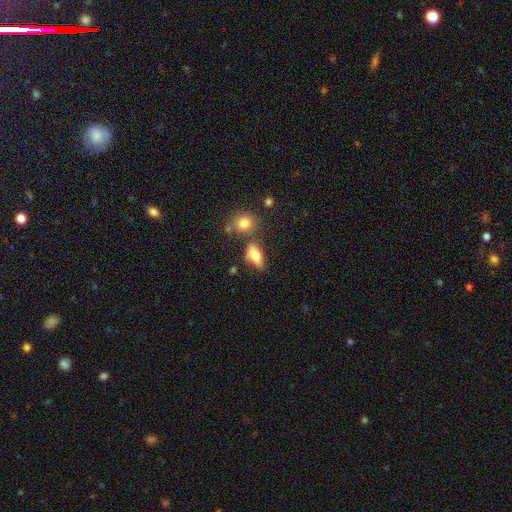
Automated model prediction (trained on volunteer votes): A smooth galaxy with no disk features (74%) that is in between round and cigar-shaped (80%).

Vote fractions:
- Smooth or featured? smooth: 74% / featured or disk: 17% / star or artifact: 9%
- How rounded? in between: 80% / cigar-shaped: 12% / round: 8%
- Merging? none: 55% / minor disturbance: 22% / merger: 15% / major disturbance: 9%